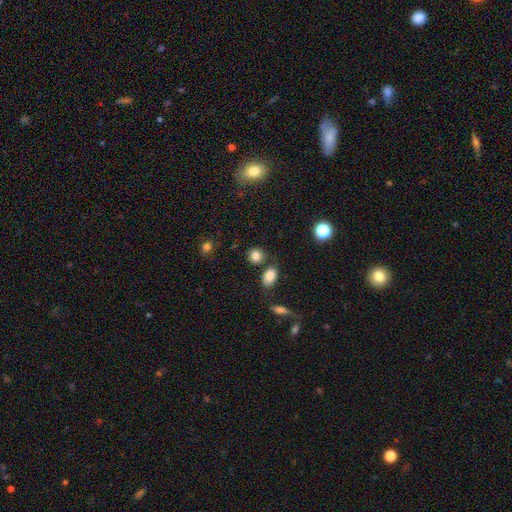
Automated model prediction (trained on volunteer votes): The model was most divided on "how rounded": round: 76%, in between: 23%, cigar-shaped: 1%. More confident: smooth or featured — smooth (83%); merging — none (74%).